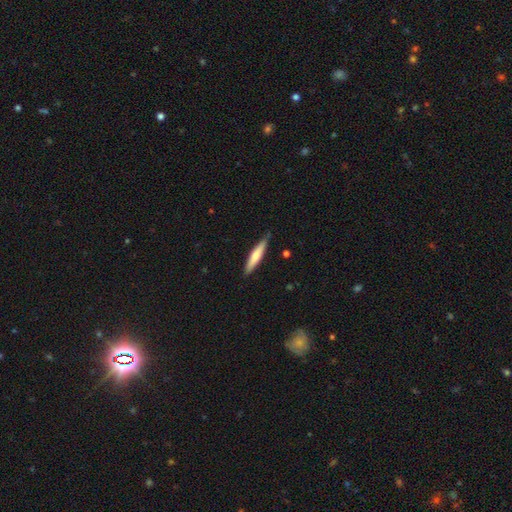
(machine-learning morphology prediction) smooth-or-featured: smooth: 58% | featured or disk: 37% | star or artifact: 5%
  how-rounded: cigar-shaped: 87% | in between: 12% | round: 1%
  merging: none: 84% | minor disturbance: 13% | major disturbance: 2% | merger: 1%